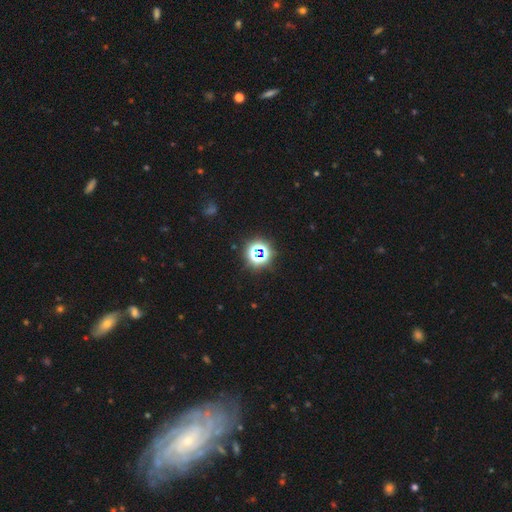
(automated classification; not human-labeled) The model was most divided on "smooth or featured": star or artifact: 70%, smooth: 21%, featured or disk: 9%.